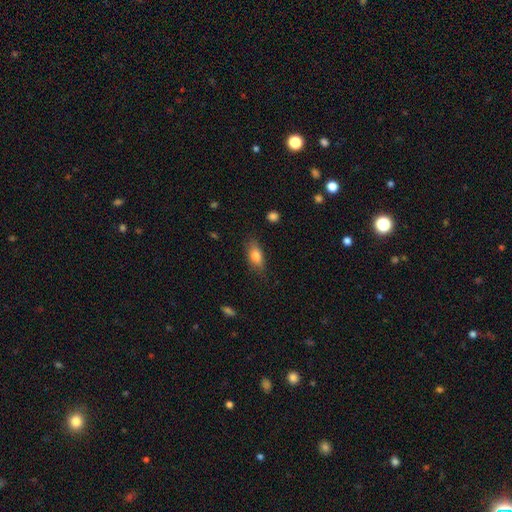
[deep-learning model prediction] Smooth or featured?
  - smooth: 80% *
  - featured or disk: 12%
  - star or artifact: 8%
How rounded?
  - in between: 82% *
  - cigar-shaped: 14%
  - round: 4%
Merging?
  - none: 78% *
  - minor disturbance: 17%
  - major disturbance: 4%
  - merger: 1%